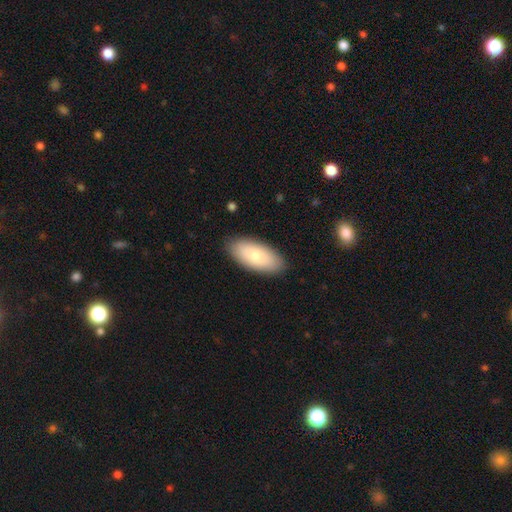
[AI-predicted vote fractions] This is likely a smooth galaxy (77%). How rounded: clearly in between (91%). Merging: clearly none (87%).